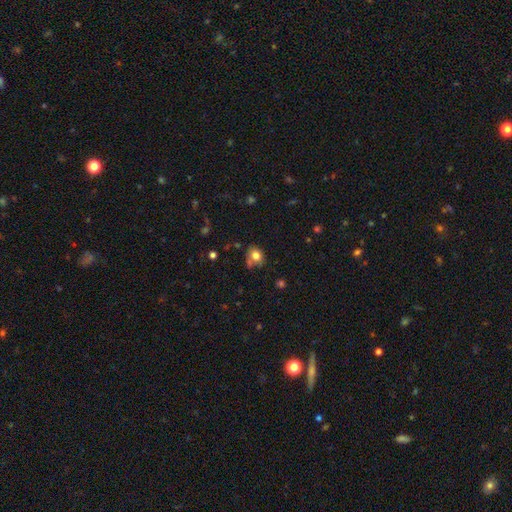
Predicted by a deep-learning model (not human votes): This is likely a smooth galaxy (78%). How rounded: possibly round (60%). Merging: possibly none (59%).